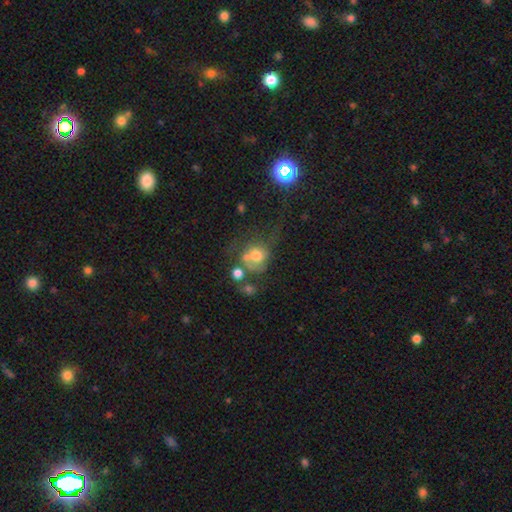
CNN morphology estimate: Smooth or featured? smooth (58%)
How rounded? round (70%)
Merging? merger (29%)